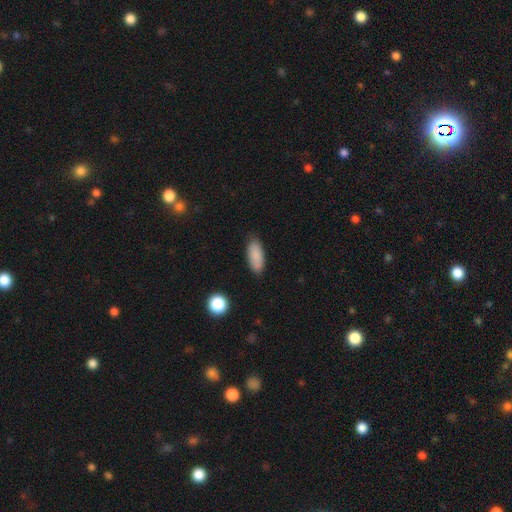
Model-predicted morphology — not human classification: Smooth or featured: smooth — 88% (star or artifact — 7%)
How rounded: in between — 82% (cigar-shaped — 16%)
Merging: none — 82% (minor disturbance — 14%)